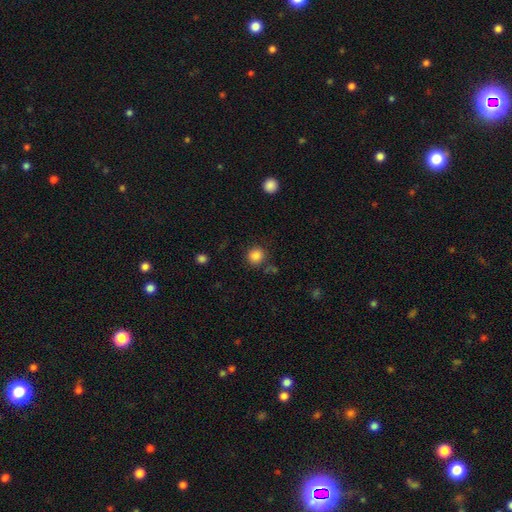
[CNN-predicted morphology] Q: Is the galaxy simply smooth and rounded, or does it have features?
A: smooth — 86%.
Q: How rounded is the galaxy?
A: round — 90%.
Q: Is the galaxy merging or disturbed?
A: none — 83%.